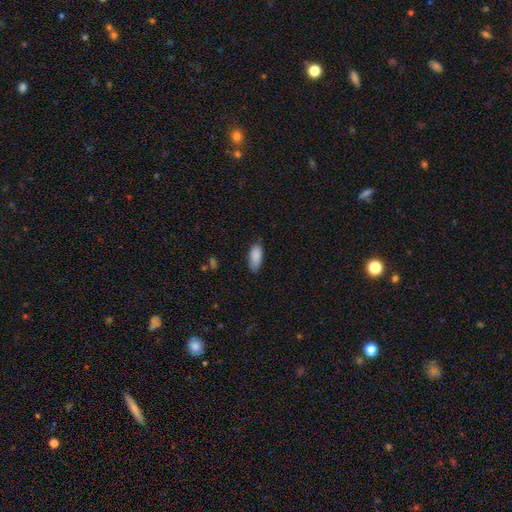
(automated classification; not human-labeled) smooth_or_featured: smooth (p=0.88) [alt: star or artifact p=0.07]
how_rounded: in between (p=0.84) [alt: cigar-shaped p=0.14]
merging: none (p=0.72) [alt: minor disturbance p=0.23]